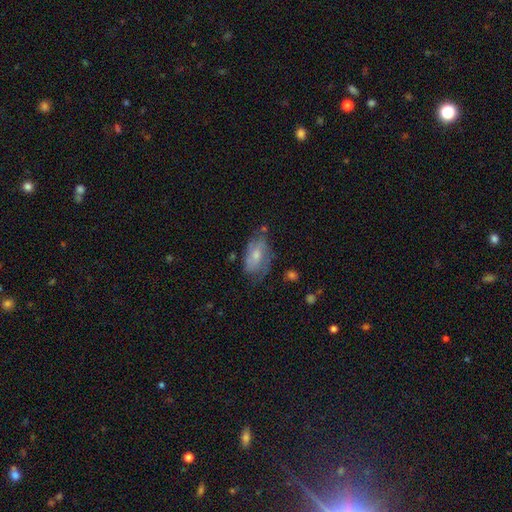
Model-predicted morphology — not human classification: smooth-or-featured: featured or disk: 53% | smooth: 39% | star or artifact: 7%
  disk-edge-on: no: 94% | yes: 6%
    bar: no: 66% | weak: 28% | strong: 5%
    has-spiral-arms: yes: 73% | no: 27%
    bulge-size: moderate: 49% | small: 40% | none: 5% | large: 5% | dominant: 1%
  merging: none: 51% | minor disturbance: 29% | major disturbance: 16% | merger: 4%